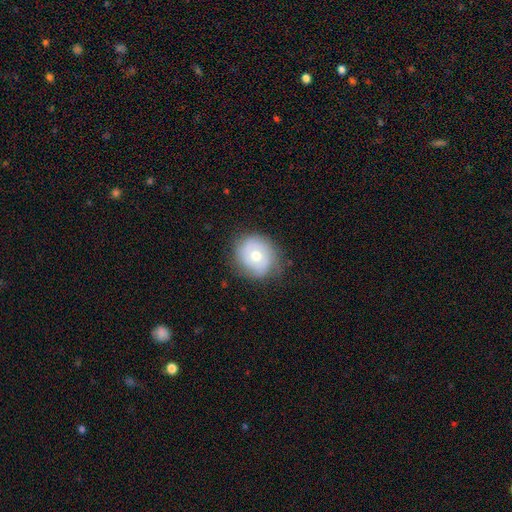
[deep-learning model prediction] Smooth or featured? Predicted: featured or disk (p=0.50). Edge-on disk? Predicted: no (p=0.96). Merging? Predicted: none (p=0.75).